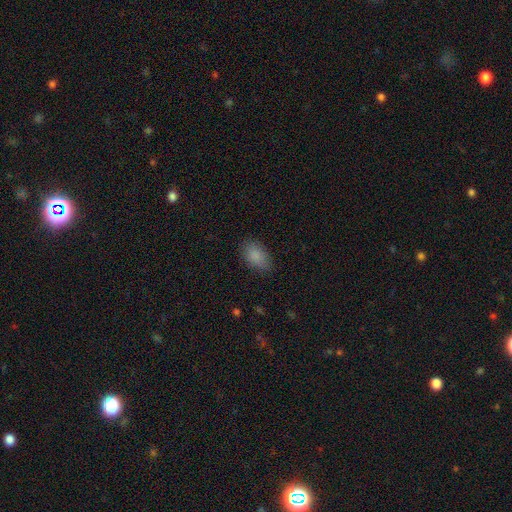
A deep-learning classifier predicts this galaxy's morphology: This appears to be a smooth galaxy with no disk features (86%) that is in between round and cigar-shaped (89%). Merging: none (79%).